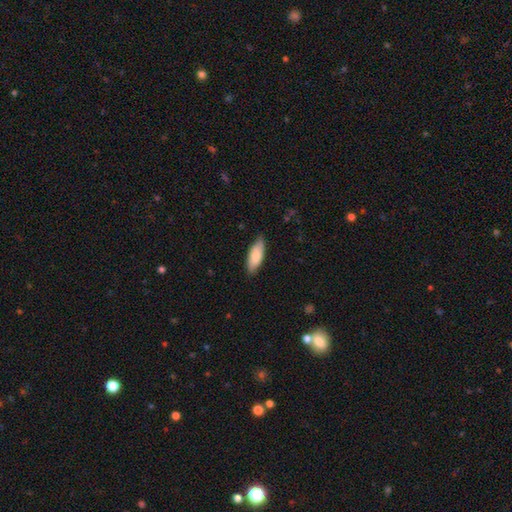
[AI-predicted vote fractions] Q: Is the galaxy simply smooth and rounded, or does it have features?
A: smooth — 84%.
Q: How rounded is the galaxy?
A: in between — 73%.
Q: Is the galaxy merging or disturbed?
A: none — 82%.